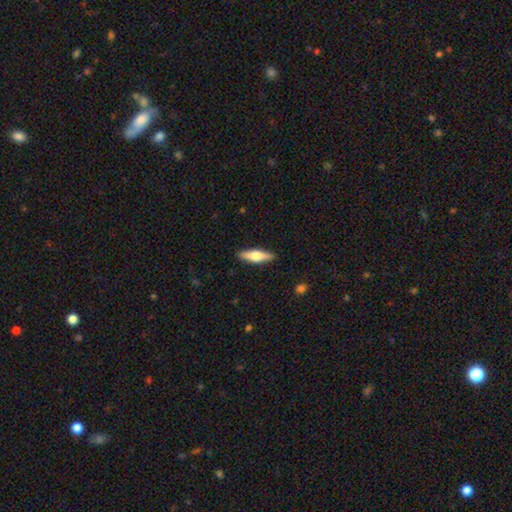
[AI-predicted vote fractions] Smooth or featured: smooth — 51% (featured or disk — 43%)
How rounded: cigar-shaped — 62% (in between — 36%)
Merging: none — 90% (minor disturbance — 8%)